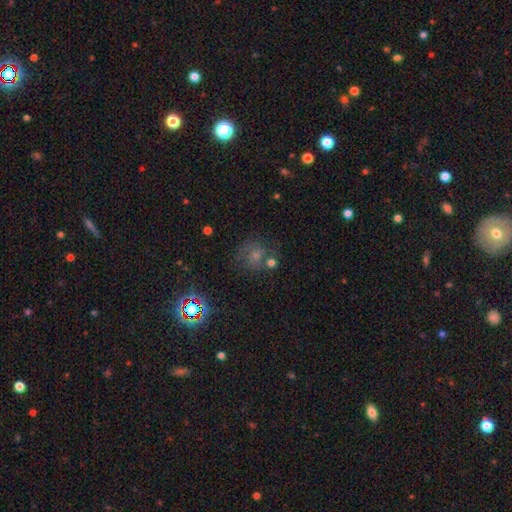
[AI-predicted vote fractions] Morphology: type=smooth (36%, tied with star or artifact); merging=none (65%).